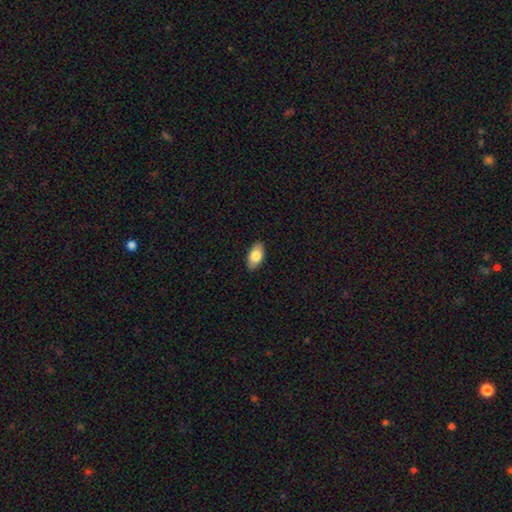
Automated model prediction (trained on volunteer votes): A smooth galaxy with no disk features (82%) that is in between round and cigar-shaped (94%).

Vote fractions:
- Smooth or featured? smooth: 82% / featured or disk: 11% / star or artifact: 6%
- How rounded? in between: 94% / round: 4% / cigar-shaped: 2%
- Merging? none: 88% / minor disturbance: 9% / major disturbance: 2% / merger: 1%